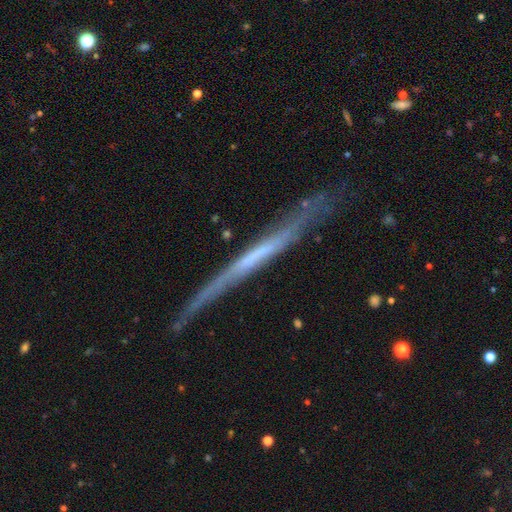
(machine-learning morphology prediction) smooth_or_featured: featured or disk (p=0.67) [alt: smooth p=0.26]
disk_edge_on: yes (p=0.93) [alt: no p=0.07]
edge_on_bulge: none (p=0.85) [alt: rounded p=0.08]
merging: none (p=0.73) [alt: minor disturbance p=0.20]